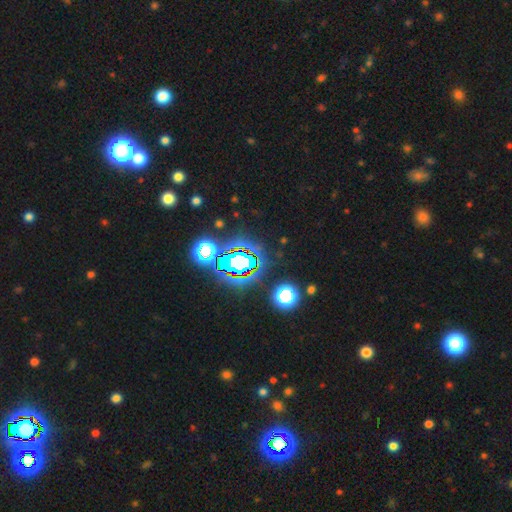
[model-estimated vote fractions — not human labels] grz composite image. It shows a star or artifact, not a galaxy (81%).